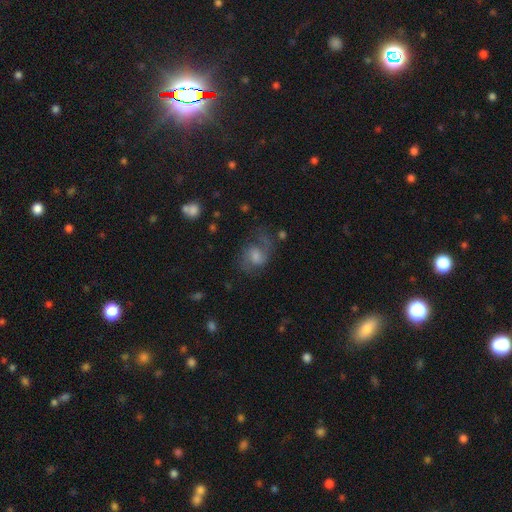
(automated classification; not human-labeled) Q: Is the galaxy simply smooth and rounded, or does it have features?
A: featured or disk — 66%.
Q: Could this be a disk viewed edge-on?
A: no — 97%.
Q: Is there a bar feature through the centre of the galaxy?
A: weak — 46%.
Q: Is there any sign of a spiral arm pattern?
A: yes — 91%.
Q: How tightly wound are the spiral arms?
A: medium — 50%.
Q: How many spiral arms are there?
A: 2 — 81%.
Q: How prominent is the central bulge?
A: moderate — 43%.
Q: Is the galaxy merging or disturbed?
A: none — 61%.